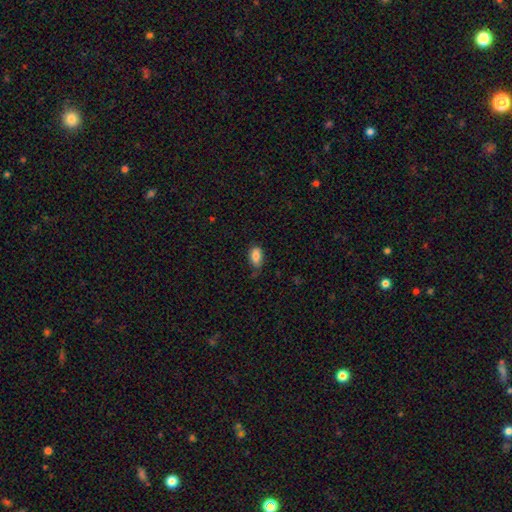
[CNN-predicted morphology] Q: Smooth or featured?
A: smooth (84%); runner-up: star or artifact (8%)
Q: How rounded?
A: in between (91%); runner-up: round (6%)
Q: Merging?
A: none (60%); runner-up: minor disturbance (31%)